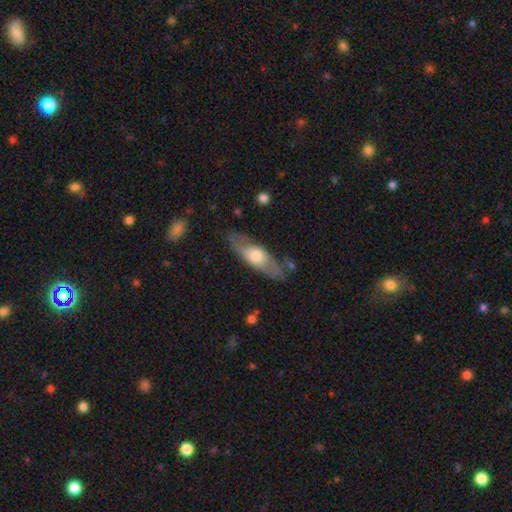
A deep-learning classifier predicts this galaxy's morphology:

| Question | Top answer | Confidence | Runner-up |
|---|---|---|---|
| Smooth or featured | smooth | 49% | featured or disk (45%) |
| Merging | none | 73% | minor disturbance (18%) |